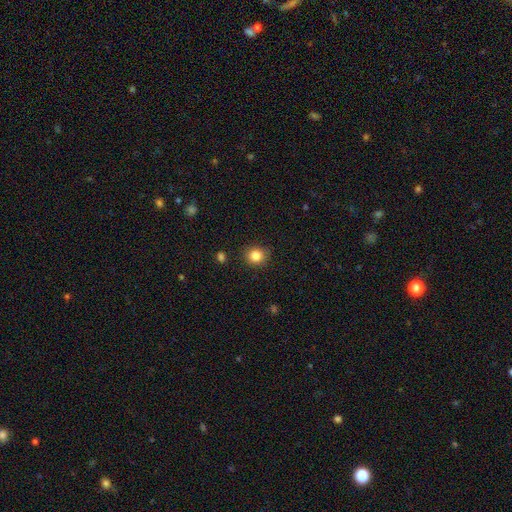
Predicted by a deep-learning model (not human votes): smooth_or_featured: smooth (p=0.84) [alt: star or artifact p=0.11]
how_rounded: round (p=0.87) [alt: in between p=0.13]
merging: none (p=0.89) [alt: minor disturbance p=0.08]